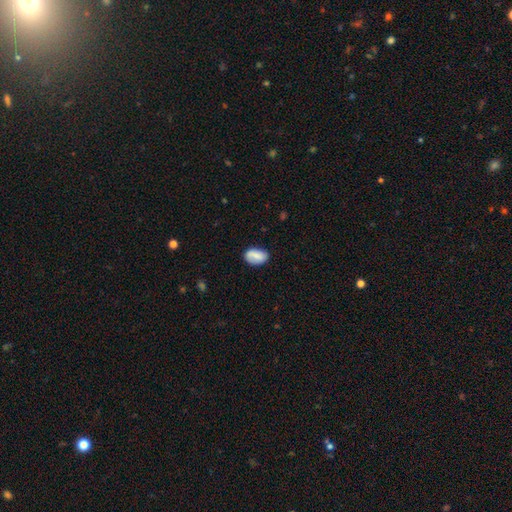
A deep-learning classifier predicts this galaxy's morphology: This is likely a smooth galaxy (75%). How rounded: clearly in between (90%). Merging: likely none (78%).